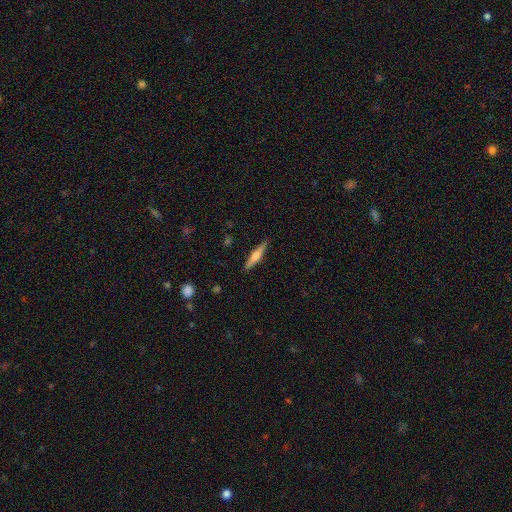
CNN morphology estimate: This appears to be a featured or disk galaxy (60%) viewed edge-on (97%) with a rounded central bulge (86%). Merging: none (90%).